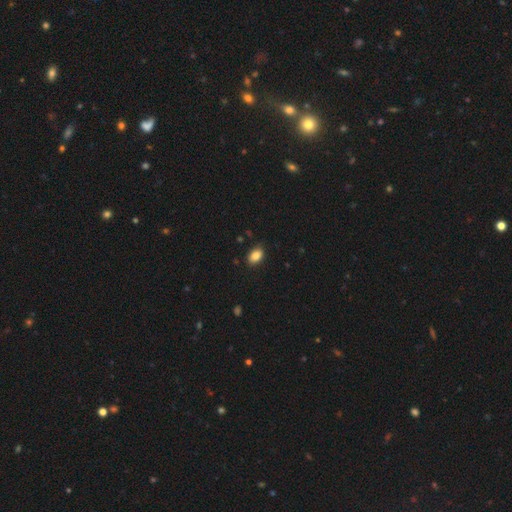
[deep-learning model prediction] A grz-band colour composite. It shows a smooth galaxy with no disk features (86%) that is in between round and cigar-shaped (84%). Merging: none (87%).